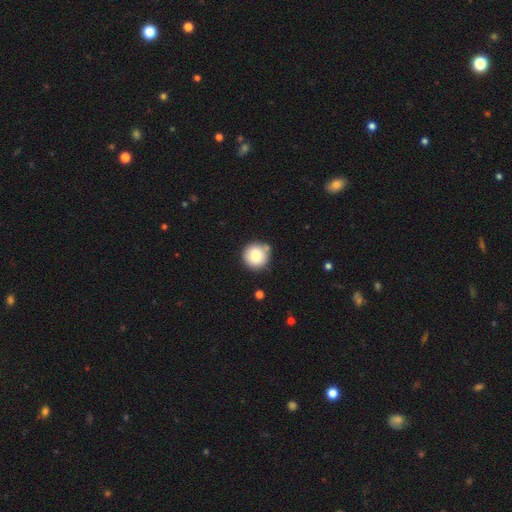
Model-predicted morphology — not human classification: Smooth or featured? smooth (80%)
How rounded? round (95%)
Merging? none (78%)